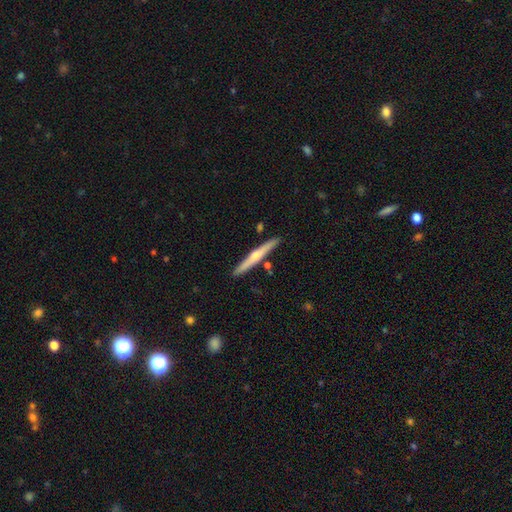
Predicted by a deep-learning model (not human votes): Morphology: type=featured or disk (60%); edge-on=yes (97%); edge-on bulge=rounded (82%); merging=none (87%).